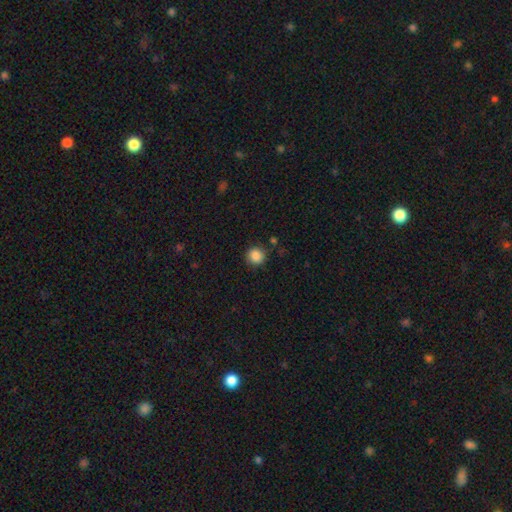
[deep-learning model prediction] This is clearly a smooth galaxy (87%). How rounded: clearly round (93%). Merging: clearly none (87%).